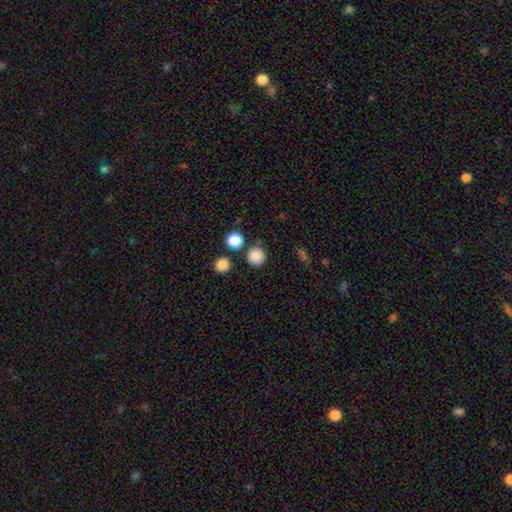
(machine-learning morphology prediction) type=smooth (85%); roundness=round (94%); merging=none (82%).